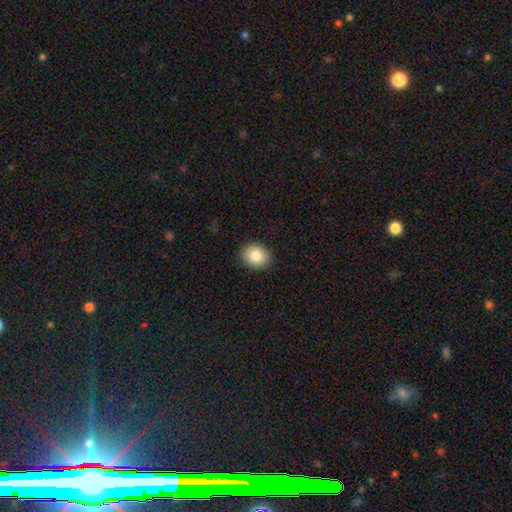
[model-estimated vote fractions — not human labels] smooth 85%, star or artifact 8%, featured or disk 7%. Down the decision tree: how rounded — round (65%); merging — none (90%).